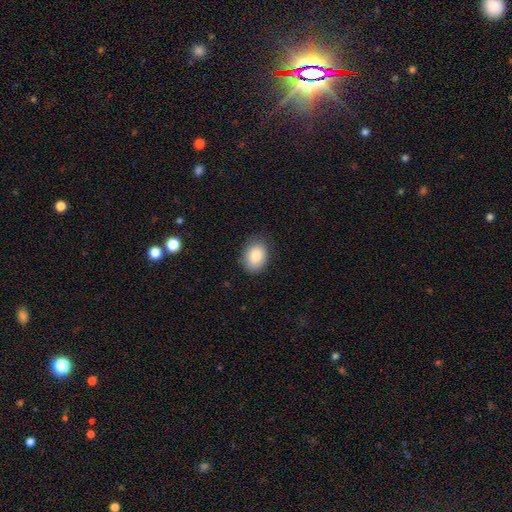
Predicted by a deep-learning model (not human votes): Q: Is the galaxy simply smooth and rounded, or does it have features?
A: smooth — 86%.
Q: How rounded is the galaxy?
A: in between — 73%.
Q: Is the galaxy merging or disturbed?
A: none — 82%.